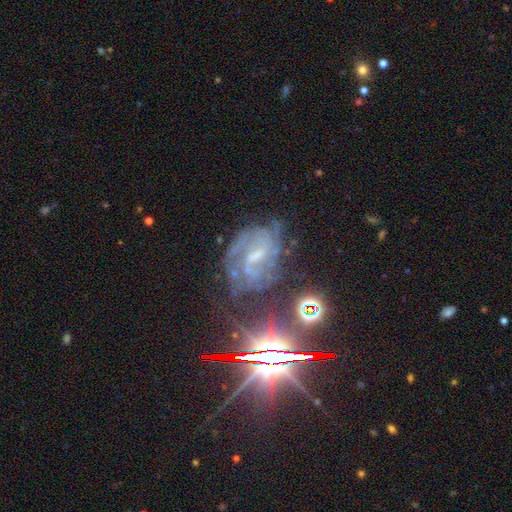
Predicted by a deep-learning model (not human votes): Morphology: type=featured or disk (72%); edge-on=no (96%); bar=weak (53%); spiral arms=yes (89%); winding=tight (45%); arm count=can't tell (37%); bulge=small (50%); merging=none (58%).